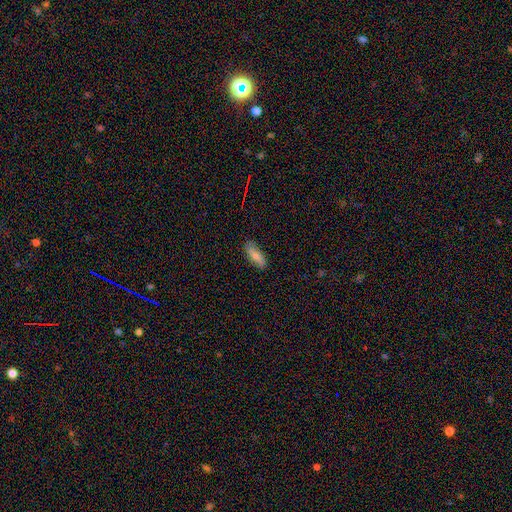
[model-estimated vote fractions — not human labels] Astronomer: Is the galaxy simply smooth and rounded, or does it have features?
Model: smooth — 77%.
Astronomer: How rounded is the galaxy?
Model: in between — 63%.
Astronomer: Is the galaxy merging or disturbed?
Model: none — 83%.